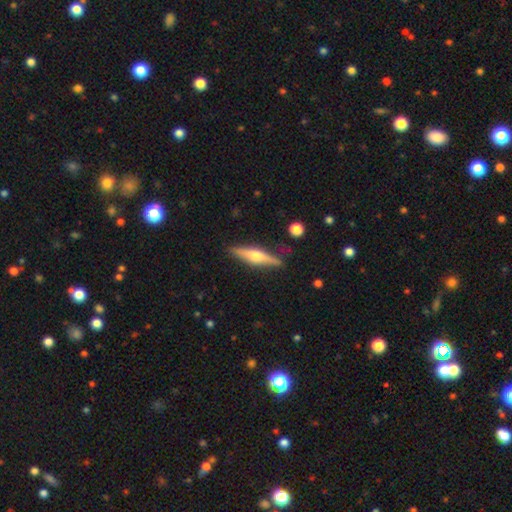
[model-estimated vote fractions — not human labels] Smooth or featured: featured or disk — 65% (smooth — 29%)
Edge-on disk: yes — 96% (no — 4%)
Edge-on bulge: rounded — 90% (boxy — 6%)
Merging: none — 85% (minor disturbance — 11%)